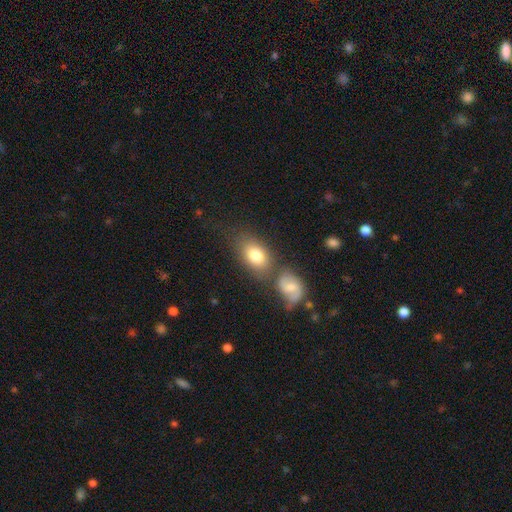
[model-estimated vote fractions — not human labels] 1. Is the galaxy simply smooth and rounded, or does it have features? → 78% smooth, 15% featured or disk, 7% star or artifact.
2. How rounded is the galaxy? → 82% in between, 16% round, 2% cigar-shaped.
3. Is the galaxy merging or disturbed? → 59% none, 22% merger, 14% minor disturbance, 5% major disturbance.